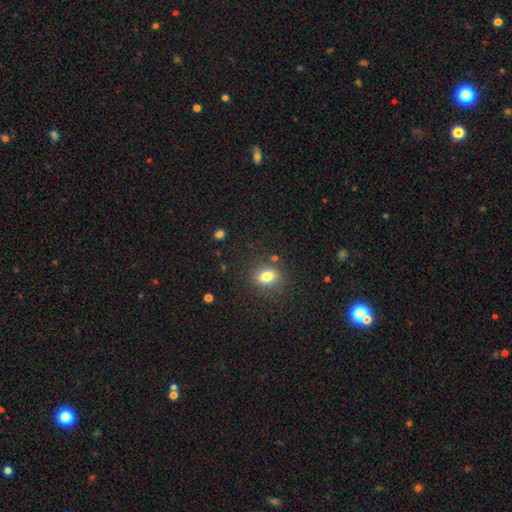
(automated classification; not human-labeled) A smooth galaxy with no disk features (65%) that is round (77%). Merging: none (88%).